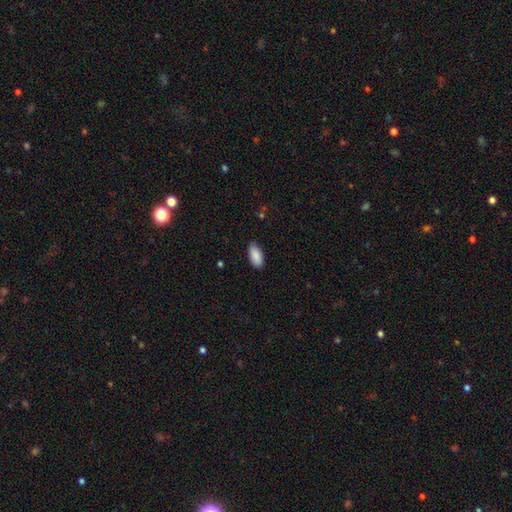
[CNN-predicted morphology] smooth-or-featured: smooth: 90% | star or artifact: 6% | featured or disk: 4%
  how-rounded: in between: 93% | cigar-shaped: 5% | round: 2%
  merging: none: 85% | minor disturbance: 12% | major disturbance: 2% | merger: 1%